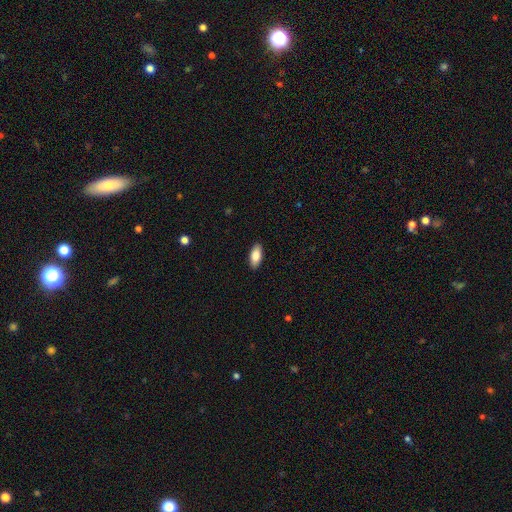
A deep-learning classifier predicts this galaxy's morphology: Smooth or featured? smooth (85%)
How rounded? in between (87%)
Merging? none (89%)